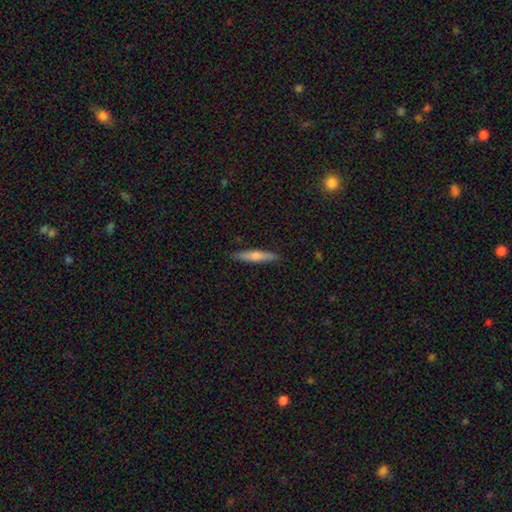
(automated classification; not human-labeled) This is possibly a smooth galaxy (50%). How rounded: clearly cigar-shaped (92%). Merging: clearly none (90%).